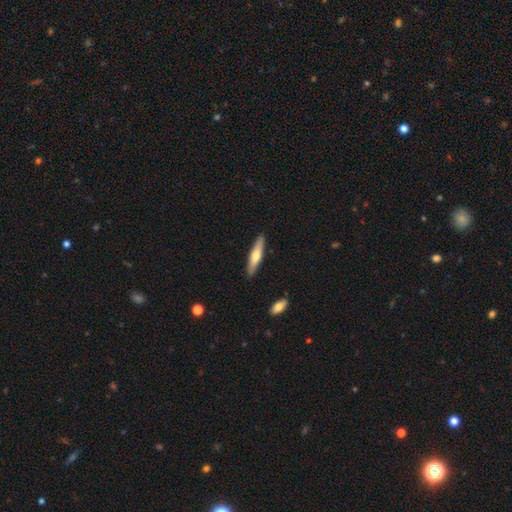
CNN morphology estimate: type=smooth (54%); roundness=cigar-shaped (85%); merging=none (89%).